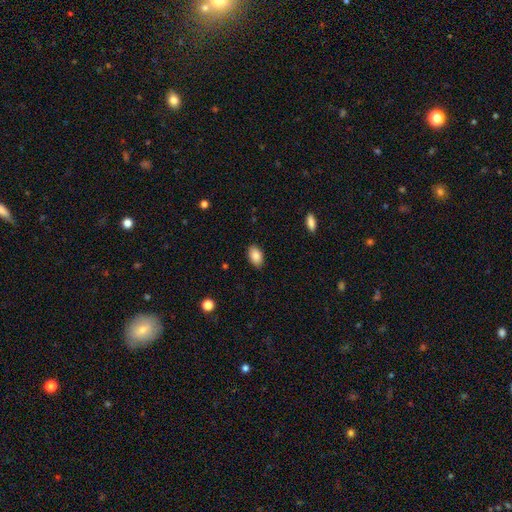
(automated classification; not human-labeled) Smooth or featured? Predicted: smooth (p=0.88). How rounded? Predicted: in between (p=0.92). Merging? Predicted: none (p=0.88).